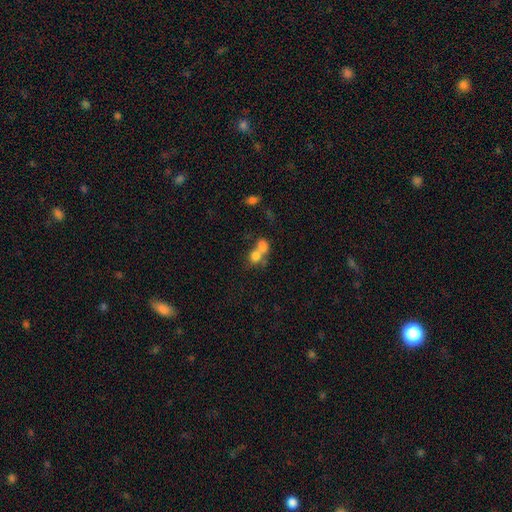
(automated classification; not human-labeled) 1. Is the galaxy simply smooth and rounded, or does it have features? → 76% smooth, 14% featured or disk, 11% star or artifact.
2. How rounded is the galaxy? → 60% round, 38% in between, 2% cigar-shaped.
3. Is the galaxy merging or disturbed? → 64% merger, 24% none, 6% minor disturbance, 5% major disturbance.